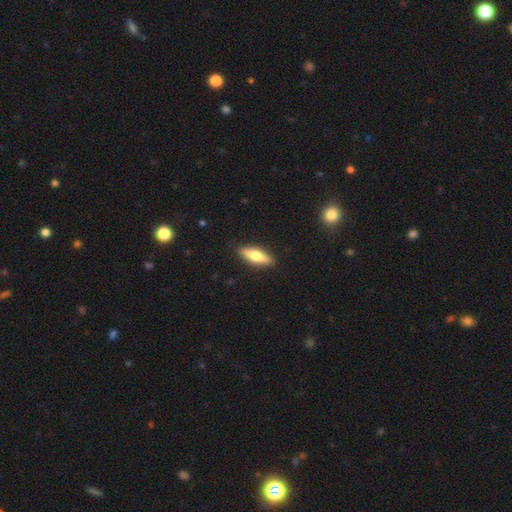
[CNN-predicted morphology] Overall: smooth (64%; featured or disk 30%). How rounded: in between (51%; cigar-shaped 46%). Merging: none (90%).